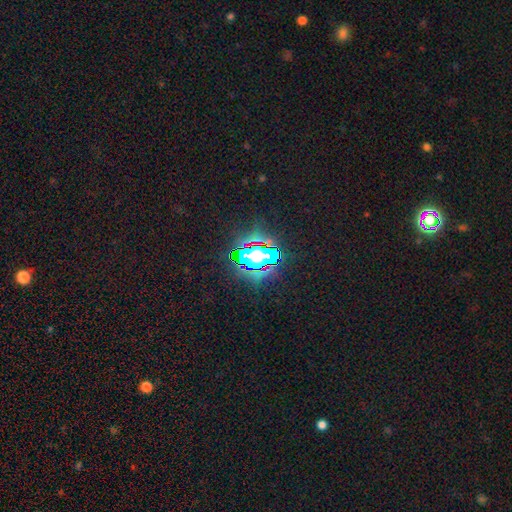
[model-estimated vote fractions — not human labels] star or artifact 67%, smooth 21%, featured or disk 12%.